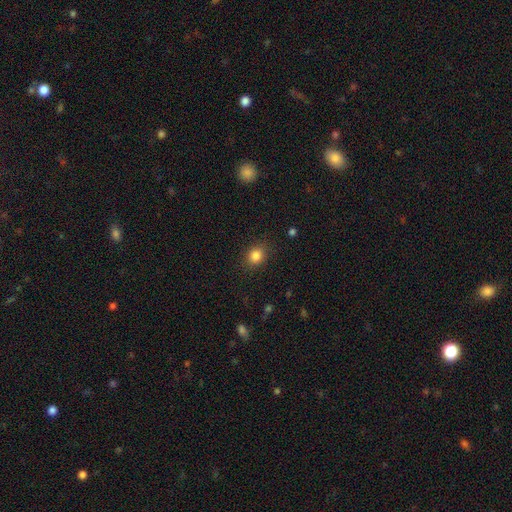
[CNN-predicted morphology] type=smooth (84%); roundness=round (66%); merging=none (86%).